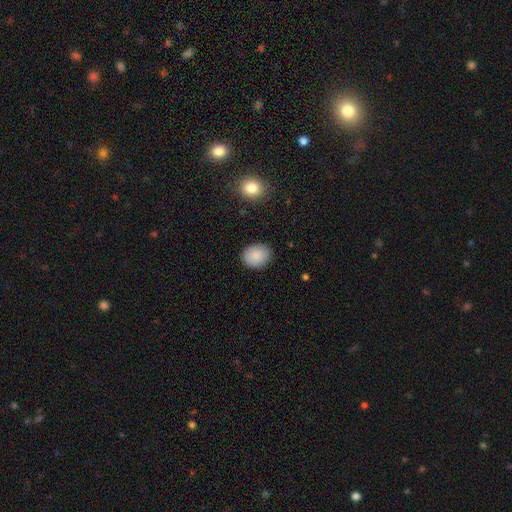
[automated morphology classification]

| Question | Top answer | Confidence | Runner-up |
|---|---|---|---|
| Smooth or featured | smooth | 84% | featured or disk (9%) |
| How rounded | round | 52% | in between (47%) |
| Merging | none | 86% | minor disturbance (10%) |